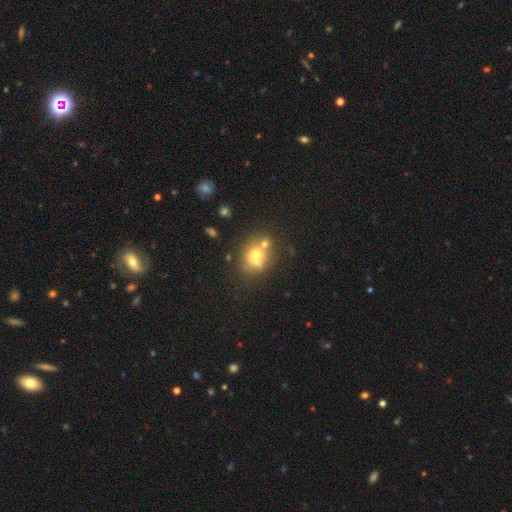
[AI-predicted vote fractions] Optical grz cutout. It shows a smooth galaxy with no disk features (58%) that is round (68%). Merging: none (44%).